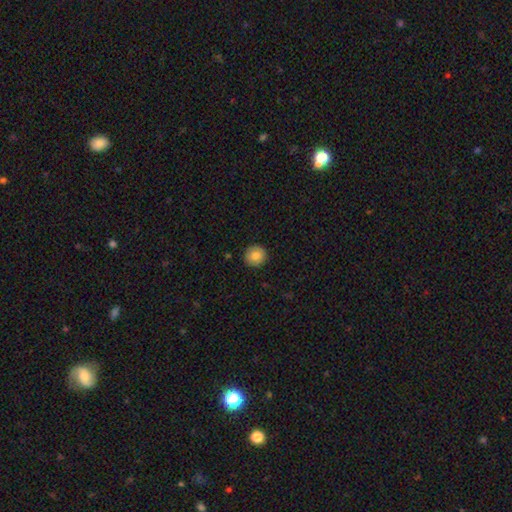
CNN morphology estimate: Smooth or featured? Predicted: smooth (p=0.80). How rounded? Predicted: round (p=0.94). Merging? Predicted: none (p=0.92).